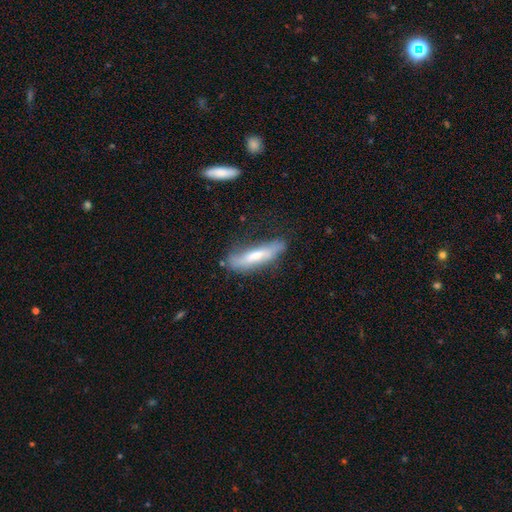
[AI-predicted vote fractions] Overall: smooth (51%; featured or disk 42%). How rounded: cigar-shaped (71%). Merging: none (61%; minor disturbance 26%).